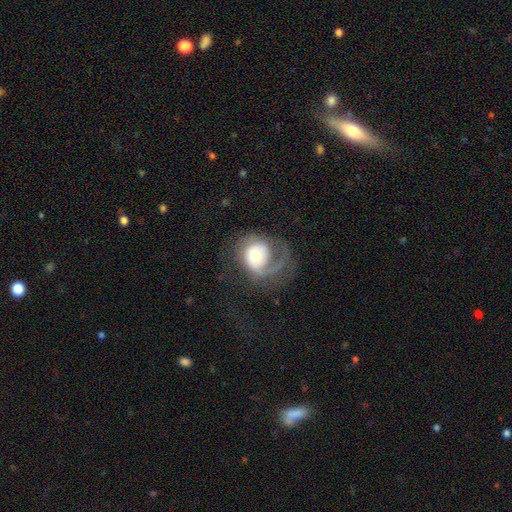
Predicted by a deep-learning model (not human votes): Morphology: type=featured or disk (71%); edge-on=no (98%); bar=no (72%); spiral arms=yes (87%); winding=medium (37%); arm count=1 (69%); bulge=moderate (65%); merging=none (42%).